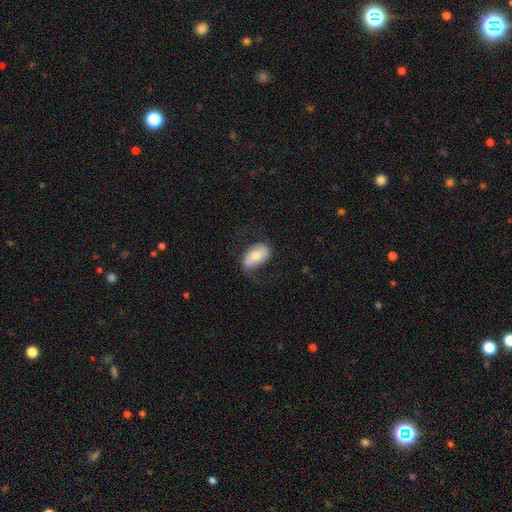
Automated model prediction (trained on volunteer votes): The model was most divided on "smooth or featured": smooth: 52%, featured or disk: 42%, star or artifact: 7%. More confident: how rounded — in between (91%); merging — none (60%).